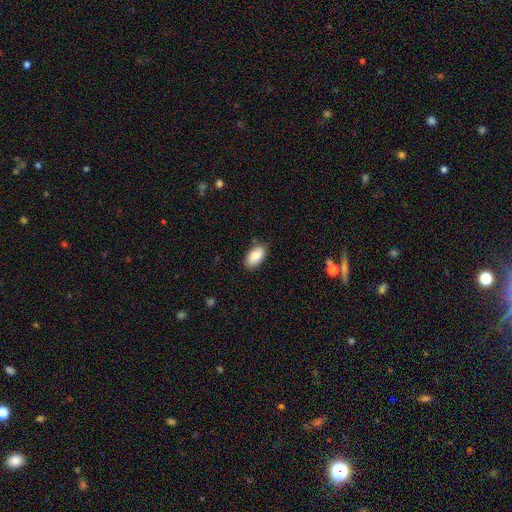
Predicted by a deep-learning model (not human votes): smooth_or_featured: smooth (p=0.85) [alt: featured or disk p=0.08]
how_rounded: in between (p=0.94) [alt: round p=0.04]
merging: none (p=0.81) [alt: minor disturbance p=0.15]